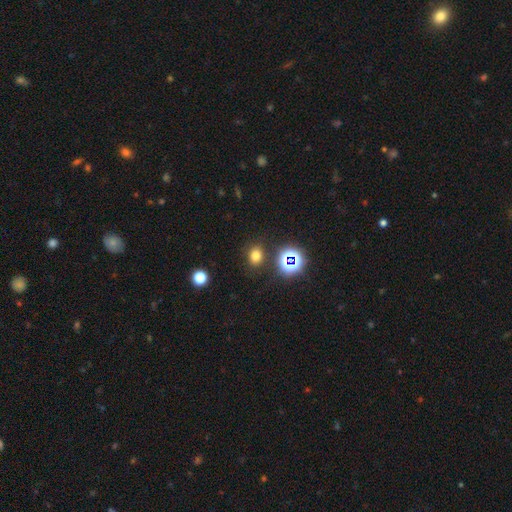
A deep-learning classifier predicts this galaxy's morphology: smooth_or_featured: smooth (p=0.72) [alt: star or artifact p=0.22]
how_rounded: round (p=0.55) [alt: in between p=0.44]
merging: none (p=0.84) [alt: minor disturbance p=0.09]